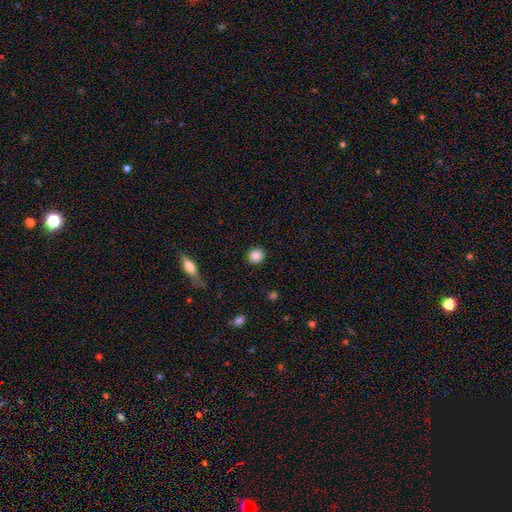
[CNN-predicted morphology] Smooth or featured? smooth (86%)
How rounded? round (90%)
Merging? none (90%)